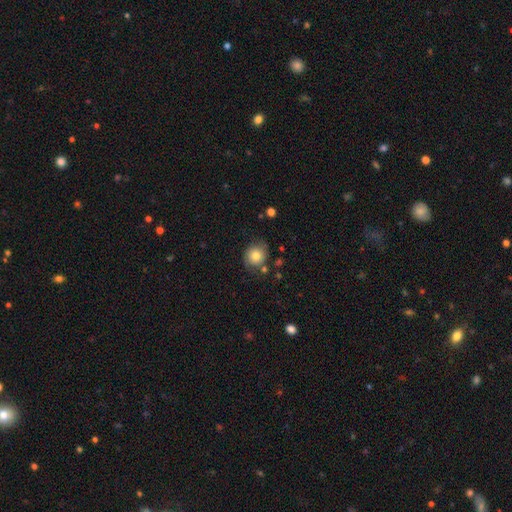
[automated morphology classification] smooth 72%, featured or disk 18%, star or artifact 10%. Down the decision tree: how rounded — round (82%); merging — none (70%).